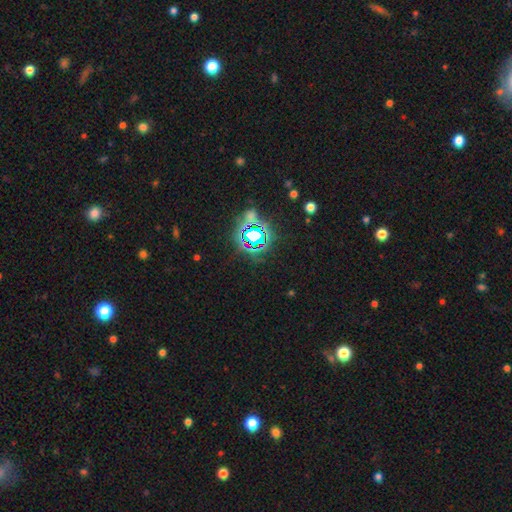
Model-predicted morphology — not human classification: Smooth or featured?
  - star or artifact: 78% *
  - smooth: 13%
  - featured or disk: 8%